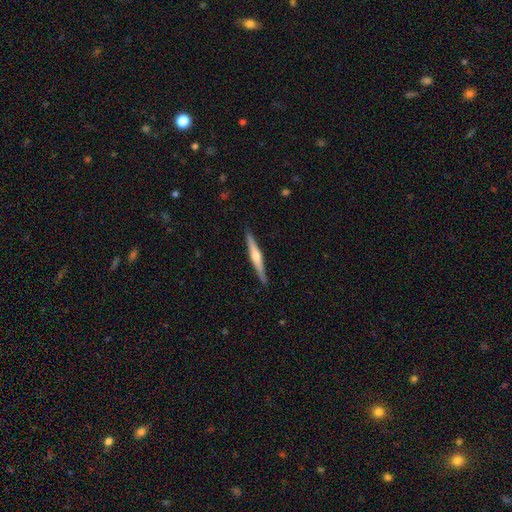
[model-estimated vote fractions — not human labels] Smooth or featured? featured or disk (67%)
Edge-on disk? yes (98%)
Edge-on bulge? rounded (85%)
Merging? none (90%)